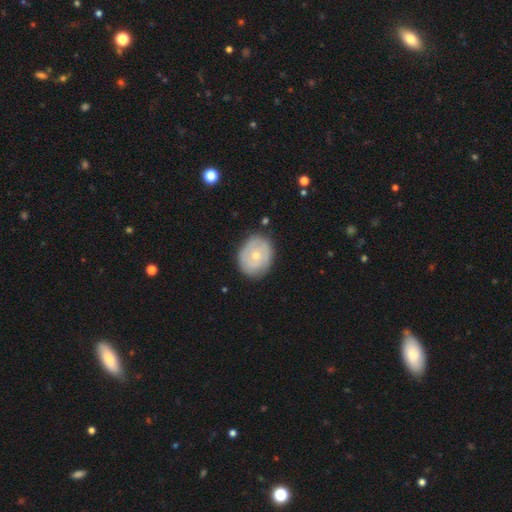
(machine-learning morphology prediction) Smooth or featured: featured or disk — 57% (smooth — 37%)
Edge-on disk: no — 97% (yes — 3%)
Bar: no — 82% (weak — 15%)
Spiral arms: yes — 64% (no — 36%)
Bulge size: small — 61% (moderate — 36%)
Merging: none — 79% (minor disturbance — 16%)